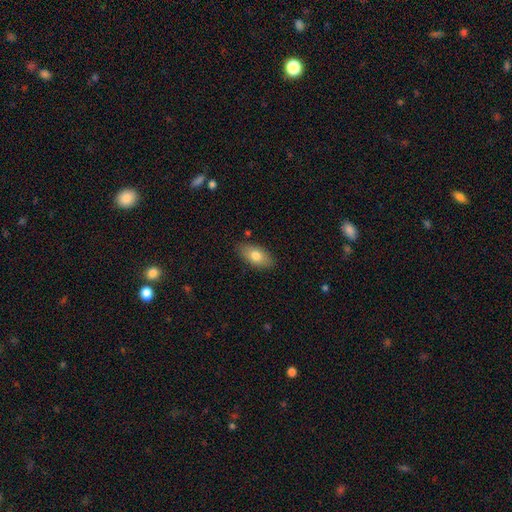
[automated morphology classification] This appears to be a smooth galaxy with no disk features (77%) that is in between round and cigar-shaped (90%). Merging: none (85%).